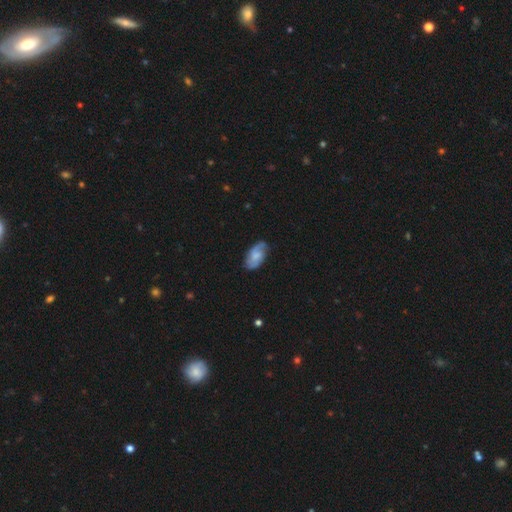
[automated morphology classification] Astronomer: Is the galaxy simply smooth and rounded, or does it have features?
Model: featured or disk — 59% (runner-up: smooth, 34%).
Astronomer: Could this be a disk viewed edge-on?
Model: no — 95%.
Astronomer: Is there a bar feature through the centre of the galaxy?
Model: no — 55% (runner-up: weak, 39%).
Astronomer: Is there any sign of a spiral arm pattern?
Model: yes — 91%.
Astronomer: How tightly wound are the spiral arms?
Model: medium — 45% (runner-up: tight, 30%).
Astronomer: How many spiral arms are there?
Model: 2 — 74%.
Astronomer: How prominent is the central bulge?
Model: small — 38% (runner-up: moderate, 32%).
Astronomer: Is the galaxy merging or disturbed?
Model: none — 74%.